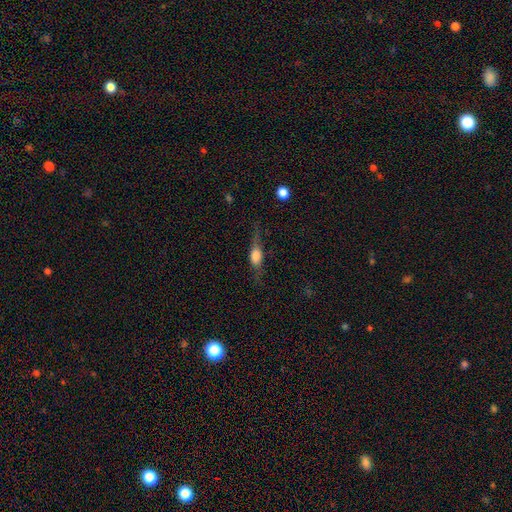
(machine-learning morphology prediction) type=featured or disk (51%); edge-on=yes (92%); merging=none (68%).